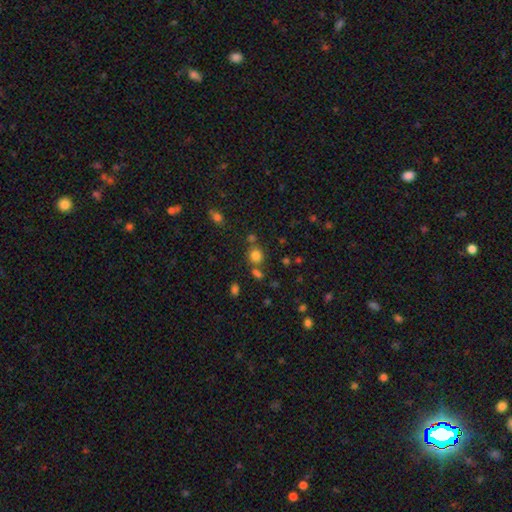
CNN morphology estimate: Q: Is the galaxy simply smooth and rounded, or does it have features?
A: smooth — 79%.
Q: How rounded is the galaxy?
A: round — 83%.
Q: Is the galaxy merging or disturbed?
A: none — 70%.